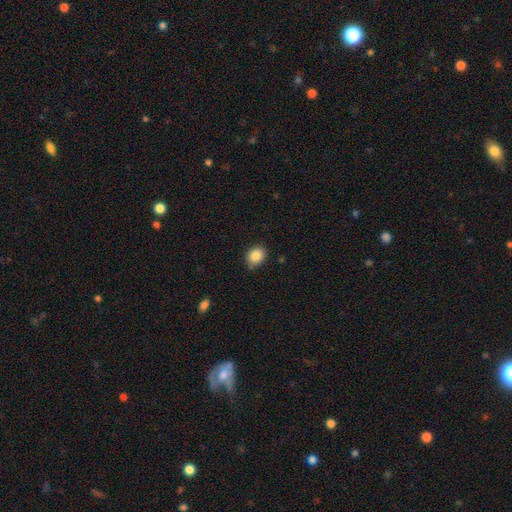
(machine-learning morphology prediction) Smooth or featured: smooth — 87% (star or artifact — 9%)
How rounded: round — 53% (in between — 46%)
Merging: none — 79% (minor disturbance — 16%)